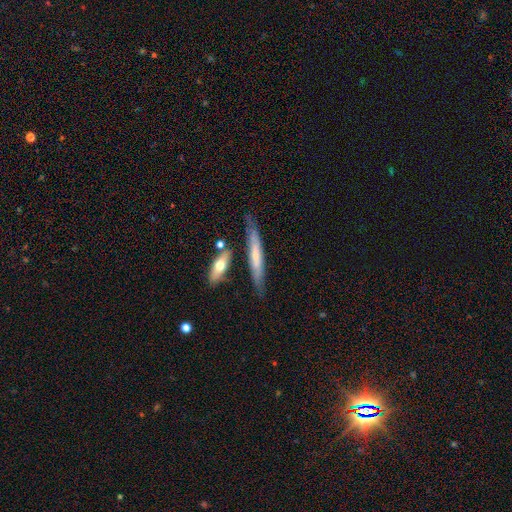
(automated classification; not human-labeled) Smooth or featured?
  - featured or disk: 52% *
  - smooth: 42%
  - star or artifact: 6%
Edge-on disk?
  - yes: 82% *
  - no: 18%
Merging?
  - none: 73% *
  - minor disturbance: 16%
  - merger: 7%
  - major disturbance: 3%